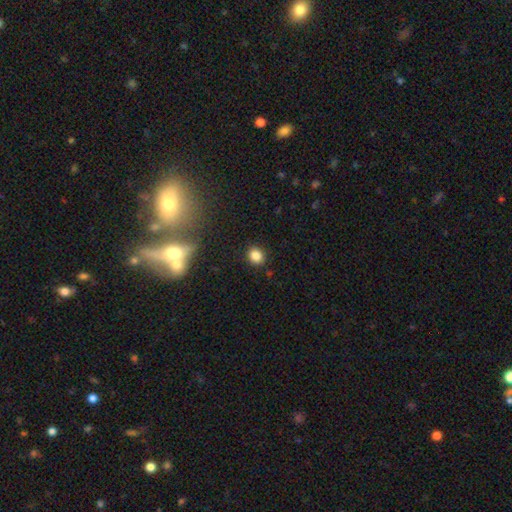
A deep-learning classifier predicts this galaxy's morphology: smooth-or-featured: smooth: 84% | star or artifact: 11% | featured or disk: 4%
  how-rounded: round: 68% | in between: 30% | cigar-shaped: 1%
  merging: none: 89% | minor disturbance: 7% | major disturbance: 2% | merger: 1%